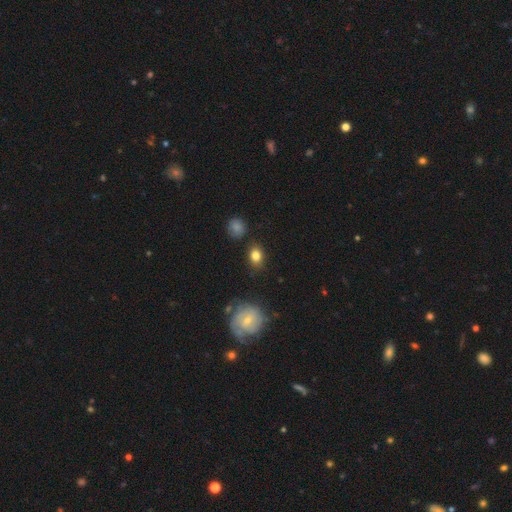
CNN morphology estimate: This appears to be a smooth galaxy with no disk features (82%) that is in between round and cigar-shaped (62%). Merging: none (82%).